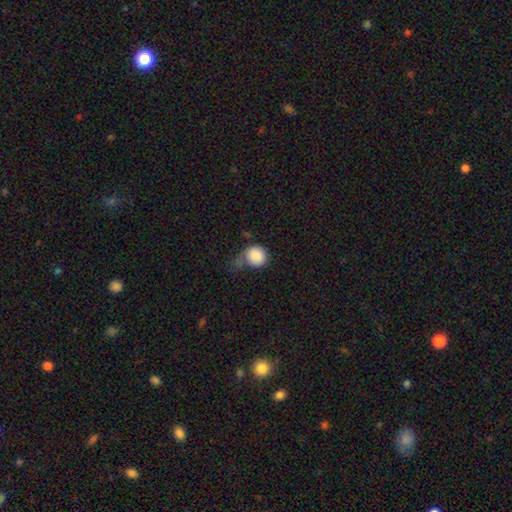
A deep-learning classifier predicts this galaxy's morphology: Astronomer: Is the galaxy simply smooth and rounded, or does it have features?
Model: smooth — 86%.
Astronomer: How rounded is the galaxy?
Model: round — 80%.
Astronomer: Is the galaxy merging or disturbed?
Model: minor disturbance — 31%, tied with major disturbance at 31%.